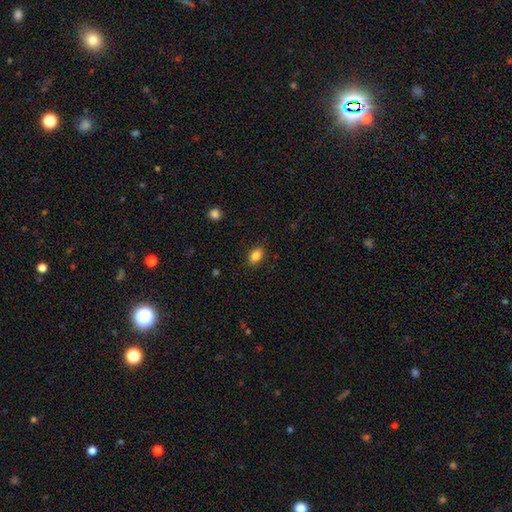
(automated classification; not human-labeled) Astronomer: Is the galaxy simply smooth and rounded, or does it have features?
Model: smooth — 86%.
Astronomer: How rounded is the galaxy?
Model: in between — 84%.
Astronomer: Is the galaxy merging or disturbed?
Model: none — 87%.